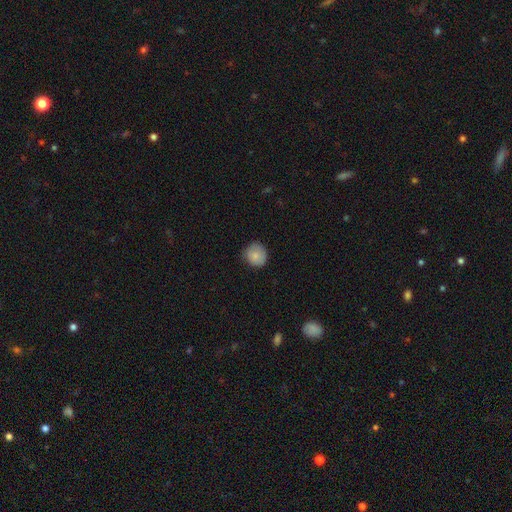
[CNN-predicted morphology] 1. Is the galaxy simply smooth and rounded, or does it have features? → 84% smooth, 8% star or artifact, 8% featured or disk.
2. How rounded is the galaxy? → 88% round, 11% in between, 1% cigar-shaped.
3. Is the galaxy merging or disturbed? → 78% none, 17% minor disturbance, 3% major disturbance, 1% merger.